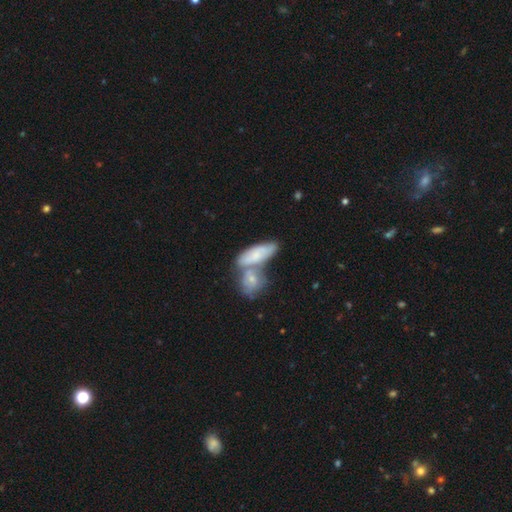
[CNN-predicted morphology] A smooth galaxy with no disk features (62%) that is in between round and cigar-shaped (72%).

Vote fractions:
- Smooth or featured? smooth: 62% / featured or disk: 31% / star or artifact: 7%
- How rounded? in between: 72% / cigar-shaped: 23% / round: 5%
- Merging? merger: 55% / none: 30% / minor disturbance: 11% / major disturbance: 4%